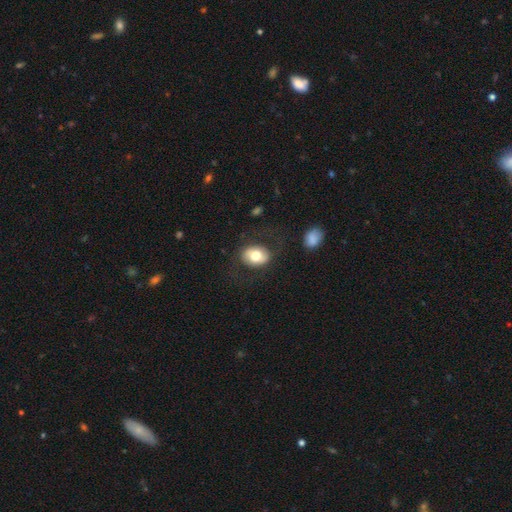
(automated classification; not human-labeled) smooth 68%, featured or disk 25%, star or artifact 7%. Down the decision tree: how rounded — in between (68%); merging — none (76%).